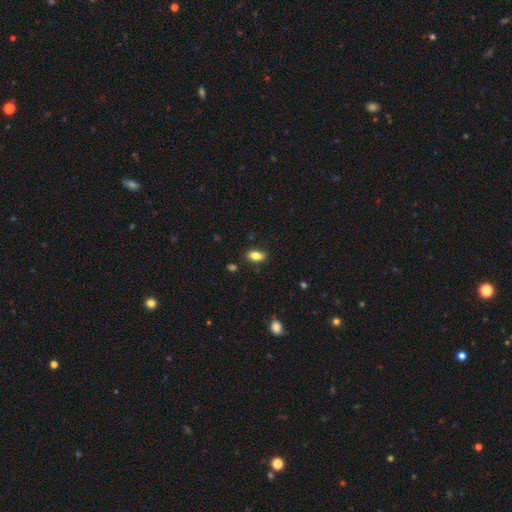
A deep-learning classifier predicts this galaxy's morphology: Smooth or featured?
  - smooth: 81% *
  - featured or disk: 10%
  - star or artifact: 9%
How rounded?
  - in between: 87% *
  - round: 7%
  - cigar-shaped: 6%
Merging?
  - none: 85% *
  - minor disturbance: 11%
  - major disturbance: 2%
  - merger: 2%